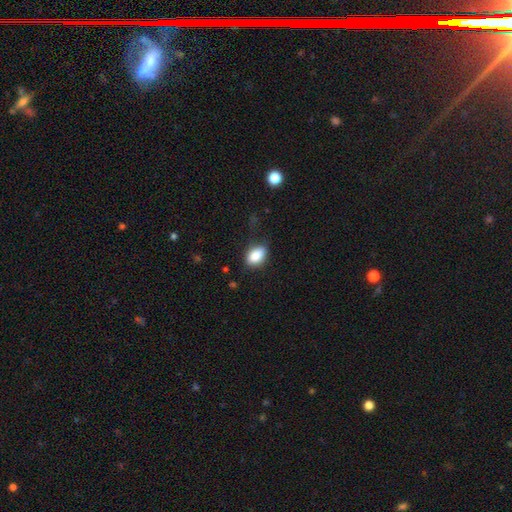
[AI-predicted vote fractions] Smooth or featured? smooth (86%)
How rounded? in between (86%)
Merging? none (72%)